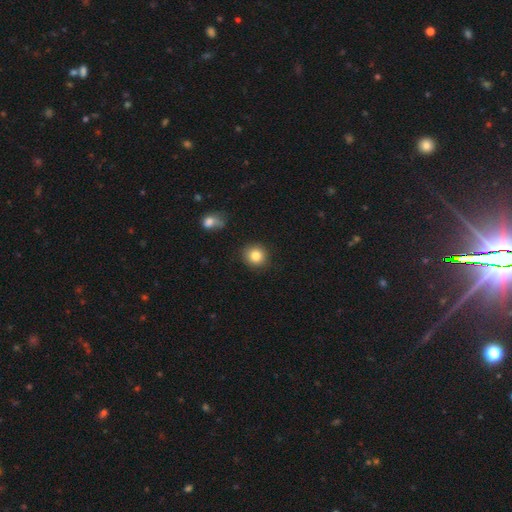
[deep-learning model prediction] A smooth galaxy with no disk features (84%) that is round (90%).

Vote fractions:
- Smooth or featured? smooth: 84% / star or artifact: 10% / featured or disk: 7%
- How rounded? round: 90% / in between: 9% / cigar-shaped: 1%
- Merging? none: 88% / minor disturbance: 8% / major disturbance: 2% / merger: 2%